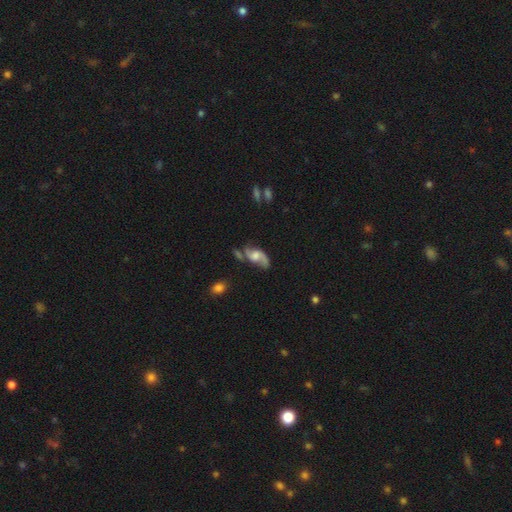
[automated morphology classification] type=featured or disk (80%); edge-on=no (96%); bar=no (58%); spiral arms=yes (94%); winding=loose (60%); arm count=2 (90%); bulge=moderate (43%); merging=none (56%).